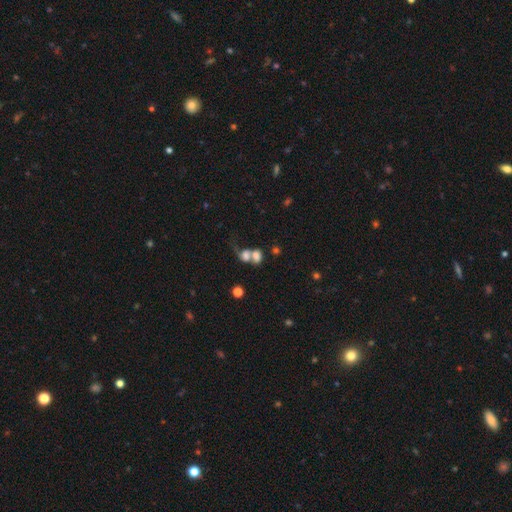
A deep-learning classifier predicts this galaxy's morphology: smooth 64%, featured or disk 23%, star or artifact 12%. Down the decision tree: how rounded — in between (59%); merging — merger (70%).